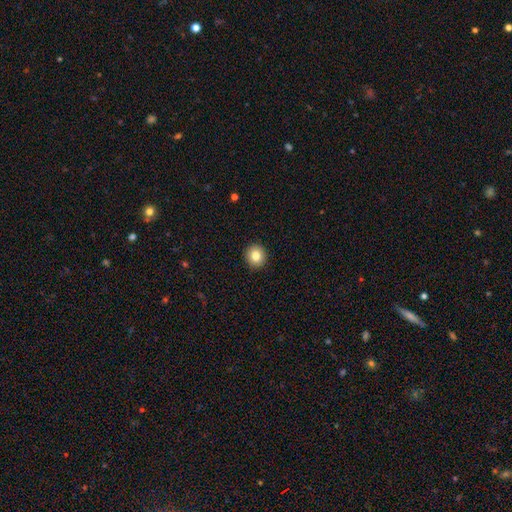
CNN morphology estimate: A smooth galaxy with no disk features (82%) that is round (89%).

Vote fractions:
- Smooth or featured? smooth: 82% / star or artifact: 10% / featured or disk: 8%
- How rounded? round: 89% / in between: 10% / cigar-shaped: 1%
- Merging? none: 93% / minor disturbance: 5% / major disturbance: 2% / merger: 1%